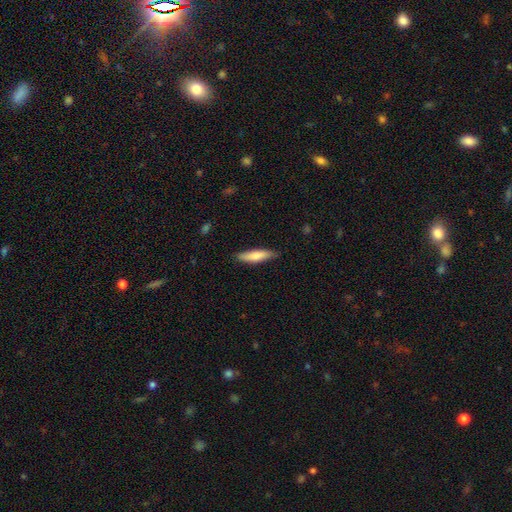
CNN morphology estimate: A smooth galaxy with no disk features (76%) that is cigar-shaped (74%). Merging: none (83%).